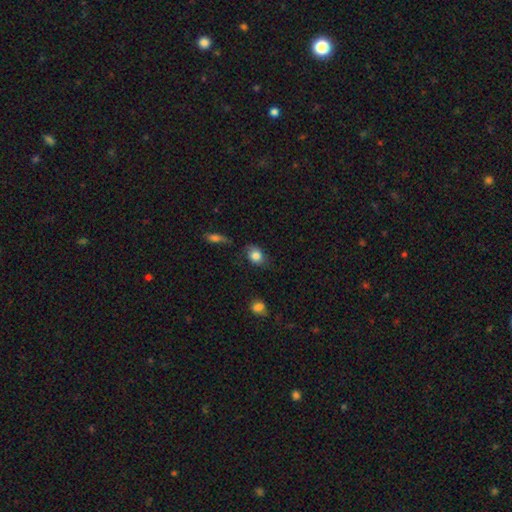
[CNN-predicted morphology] Smooth or featured? smooth (82%)
How rounded? in between (58%)
Merging? none (68%)